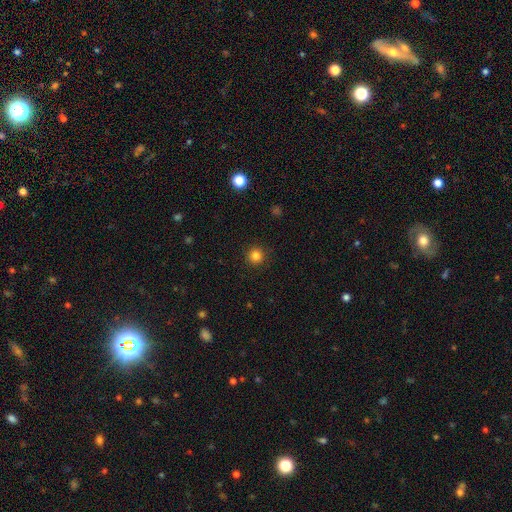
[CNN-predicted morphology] Smooth or featured? Predicted: smooth (p=0.83). How rounded? Predicted: round (p=0.95). Merging? Predicted: none (p=0.92).